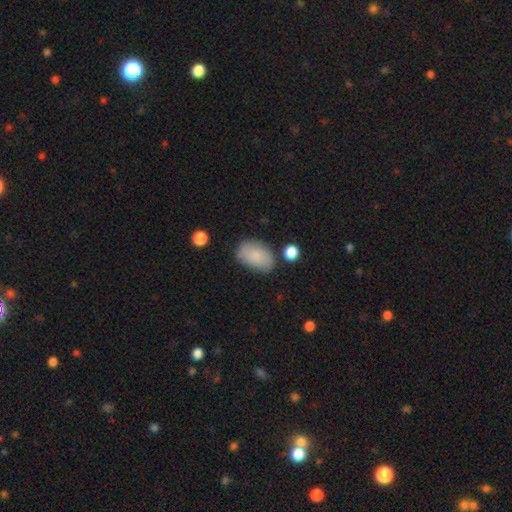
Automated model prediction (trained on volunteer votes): Smooth or featured: smooth — 85% (featured or disk — 8%)
How rounded: in between — 91% (round — 7%)
Merging: none — 70% (minor disturbance — 20%)